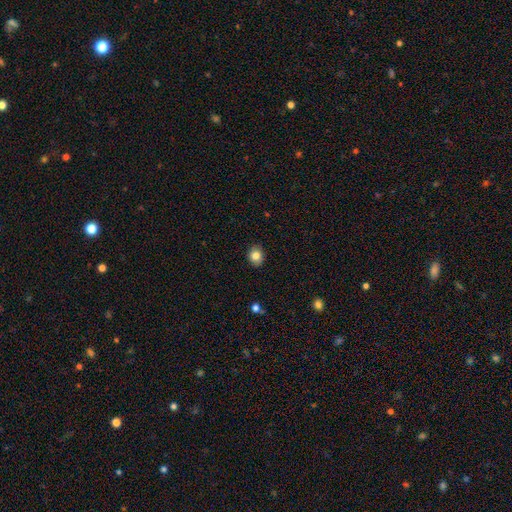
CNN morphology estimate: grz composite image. It shows a smooth galaxy with no disk features (82%) that is round (62%). Merging: none (89%).